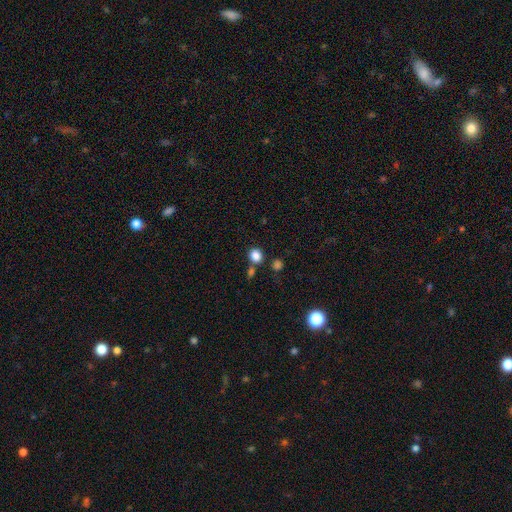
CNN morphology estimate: Q: Smooth or featured?
A: smooth (84%); runner-up: star or artifact (12%)
Q: How rounded?
A: round (71%); runner-up: in between (28%)
Q: Merging?
A: none (69%); runner-up: merger (17%)